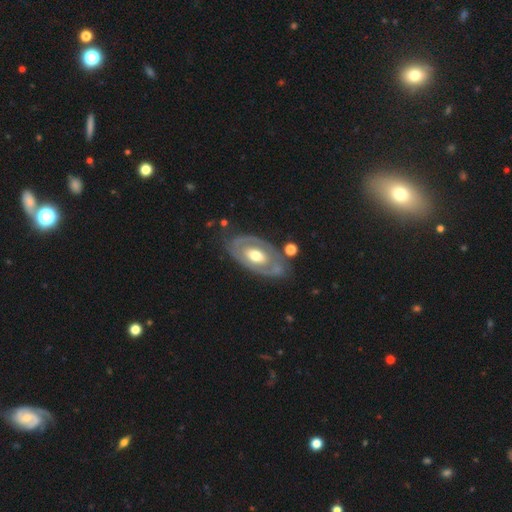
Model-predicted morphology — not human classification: featured or disk 72%, smooth 24%, star or artifact 4%. Down the decision tree: edge-on disk — no (92%); bar — no (70%); spiral arms — no (53%); bulge size — moderate (70%); merging — none (70%).